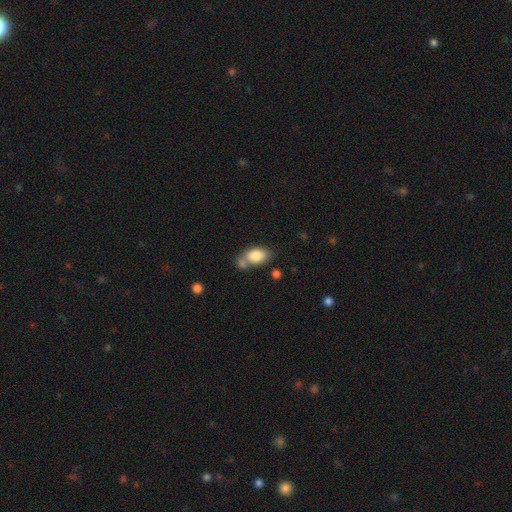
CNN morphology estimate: Q: Smooth or featured?
A: smooth (82%); runner-up: featured or disk (11%)
Q: How rounded?
A: in between (89%); runner-up: round (9%)
Q: Merging?
A: none (43%); runner-up: merger (35%)